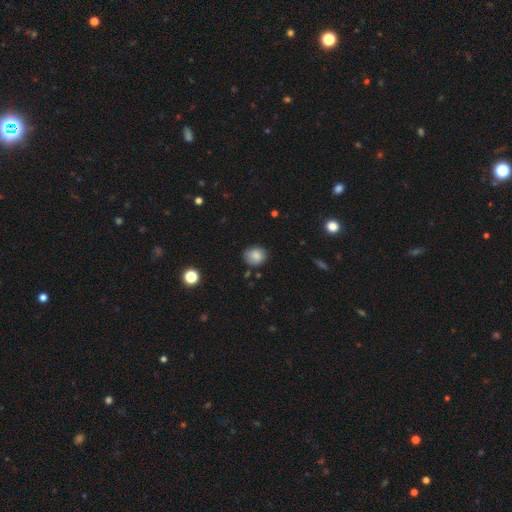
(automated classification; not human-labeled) Overall: smooth (84%). How rounded: round (66%; in between 33%). Merging: none (77%).